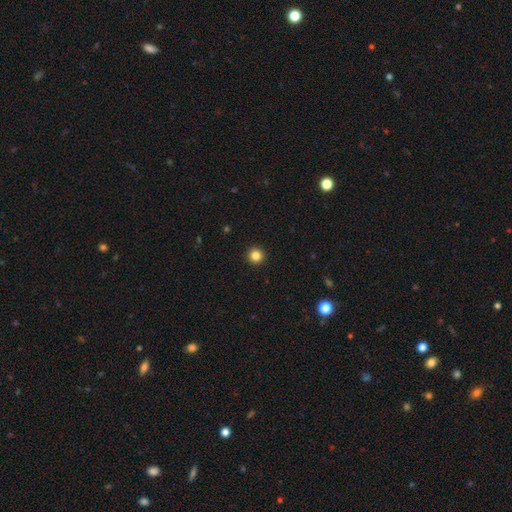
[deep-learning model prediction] The model was most divided on "smooth or featured": smooth: 84%, star or artifact: 12%, featured or disk: 4%. More confident: how rounded — round (96%); merging — none (94%).